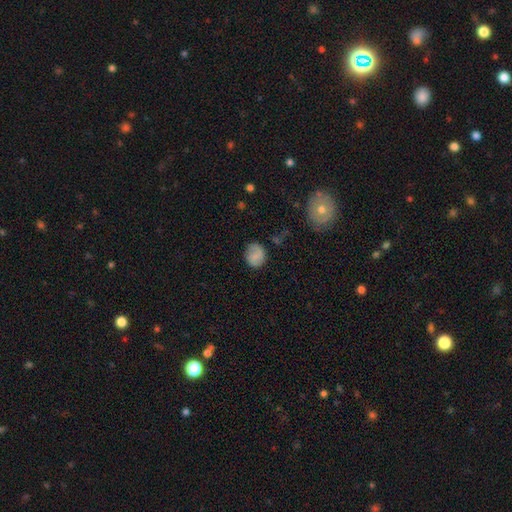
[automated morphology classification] A smooth galaxy with no disk features (72%) that is round (66%).

Vote fractions:
- Smooth or featured? smooth: 72% / featured or disk: 19% / star or artifact: 9%
- How rounded? round: 66% / in between: 33% / cigar-shaped: 1%
- Merging? none: 76% / minor disturbance: 17% / major disturbance: 5% / merger: 2%